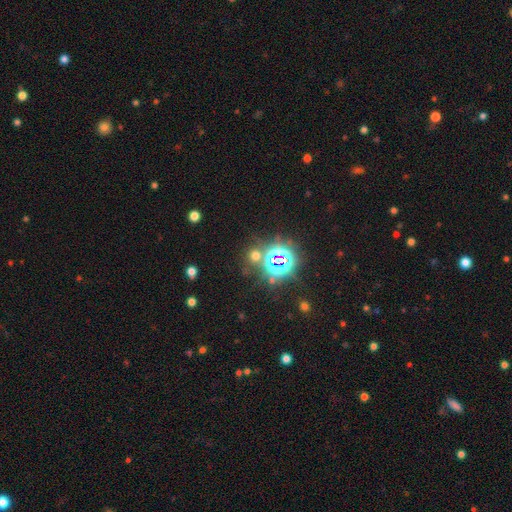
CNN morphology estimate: Smooth or featured: star or artifact — 54% (smooth — 39%)